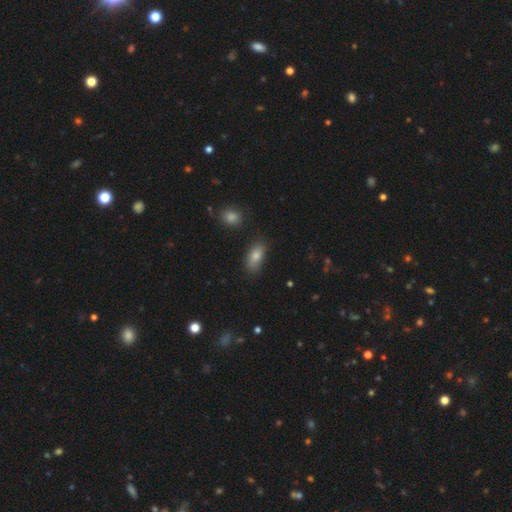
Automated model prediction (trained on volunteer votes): Morphology: type=smooth (82%); roundness=in between (88%); merging=none (72%).